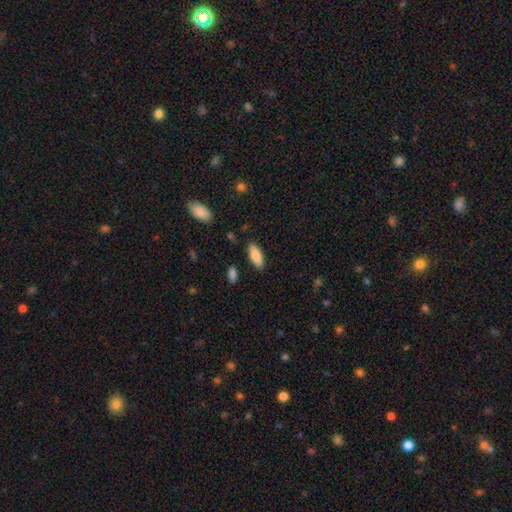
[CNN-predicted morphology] Smooth or featured? smooth (82%)
How rounded? in between (71%)
Merging? none (86%)